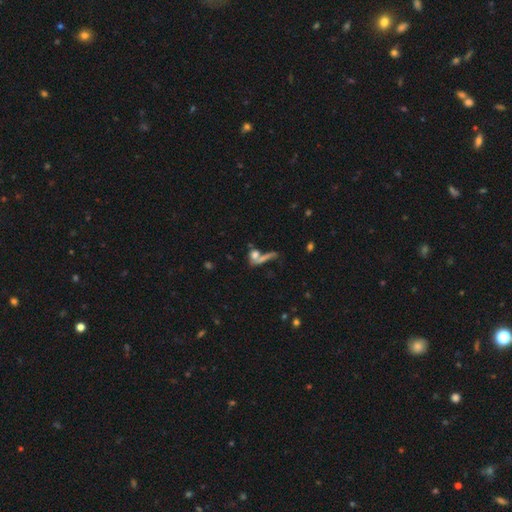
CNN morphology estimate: type=smooth (63%); roundness=in between (35%); merging=none (40%).